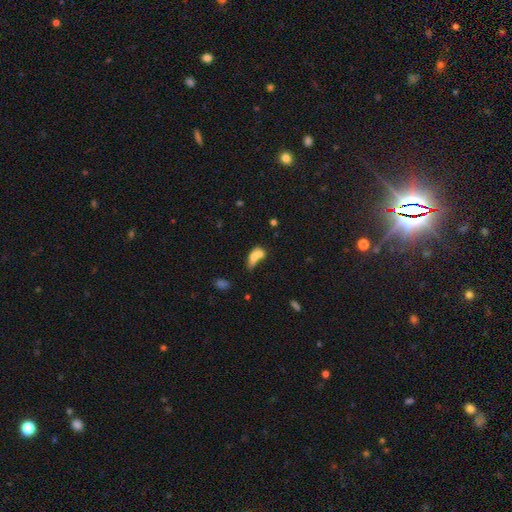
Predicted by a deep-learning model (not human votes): A smooth galaxy with no disk features (68%) that is in between round and cigar-shaped (64%). Merging: merger (60%).